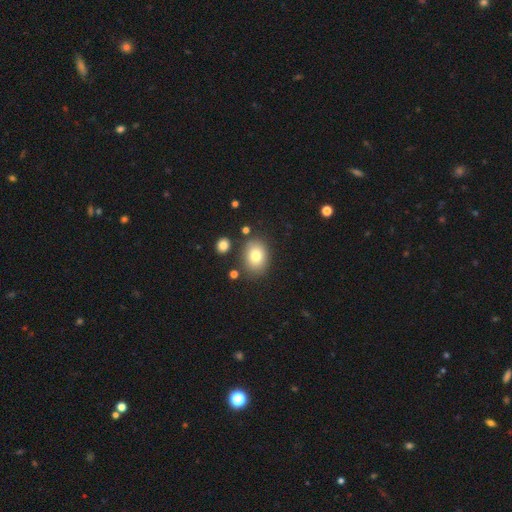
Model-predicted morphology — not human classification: smooth 80%, featured or disk 11%, star or artifact 10%. Down the decision tree: how rounded — in between (65%); merging — none (79%).